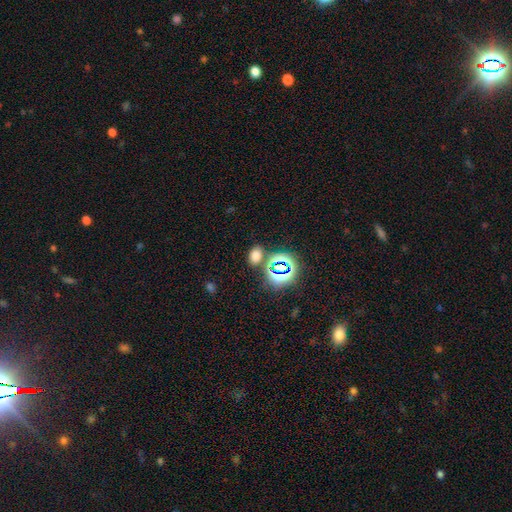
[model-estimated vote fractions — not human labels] A smooth galaxy with no disk features (65%) that is in between round and cigar-shaped (78%). Merging: none (76%).